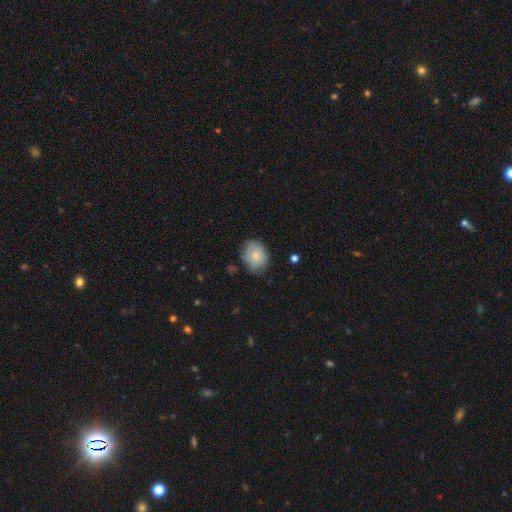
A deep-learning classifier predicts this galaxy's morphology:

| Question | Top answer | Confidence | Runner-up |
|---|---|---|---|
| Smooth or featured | smooth | 78% | featured or disk (15%) |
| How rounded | in between | 50% | round (49%) |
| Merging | none | 67% | minor disturbance (25%) |